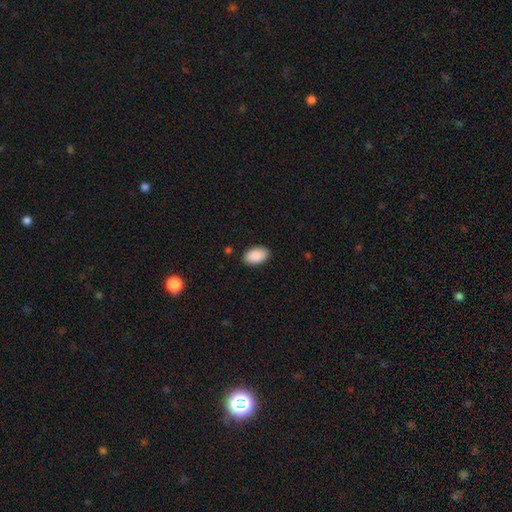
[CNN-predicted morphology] This is clearly a smooth galaxy (90%). How rounded: clearly in between (94%). Merging: clearly none (87%).